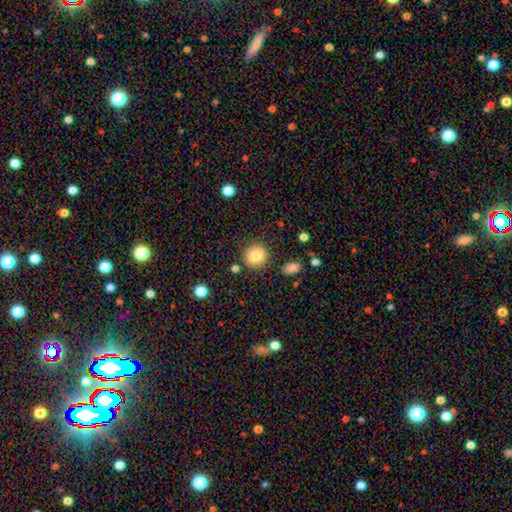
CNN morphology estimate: This is clearly a smooth galaxy (84%). How rounded: clearly round (91%). Merging: clearly none (87%).